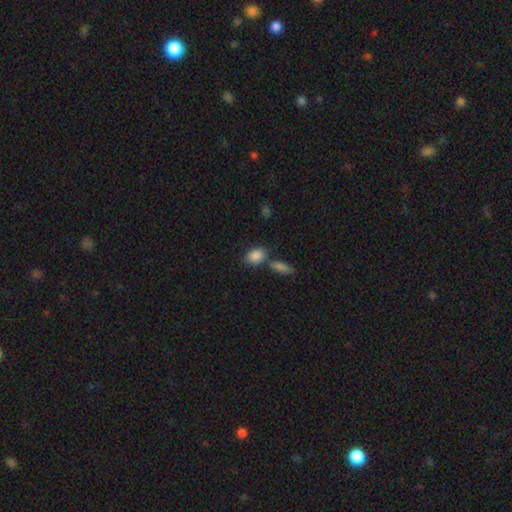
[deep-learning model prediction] Q: Smooth or featured?
A: smooth (87%); runner-up: star or artifact (7%)
Q: How rounded?
A: in between (82%); runner-up: round (15%)
Q: Merging?
A: none (57%); runner-up: merger (26%)